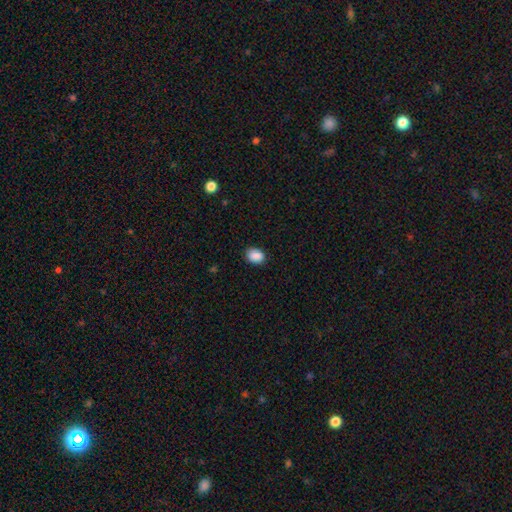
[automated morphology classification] Smooth or featured? smooth (89%)
How rounded? in between (71%)
Merging? none (87%)